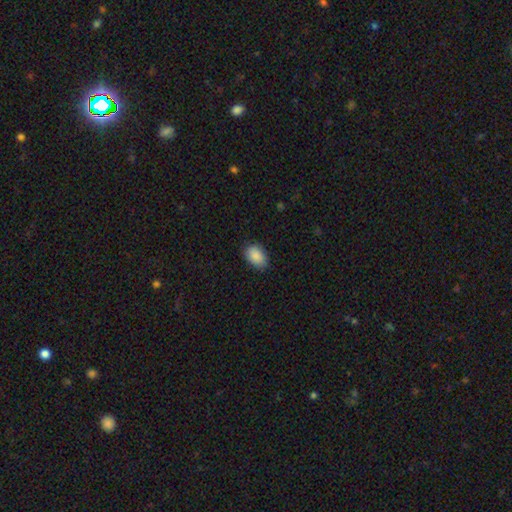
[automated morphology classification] The model was most divided on "merging": none: 83%, minor disturbance: 14%, major disturbance: 3%, merger: 1%. More confident: smooth or featured — smooth (90%); how rounded — in between (88%).